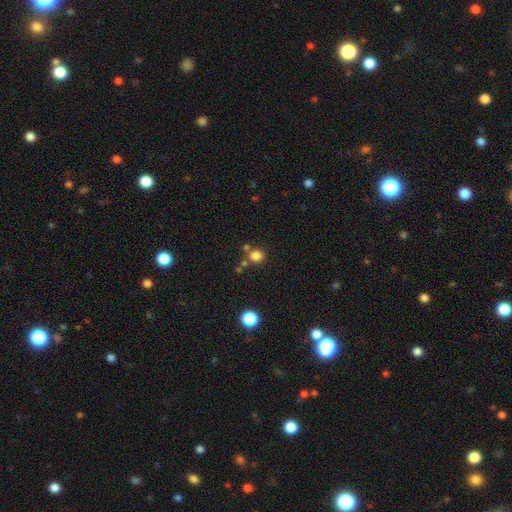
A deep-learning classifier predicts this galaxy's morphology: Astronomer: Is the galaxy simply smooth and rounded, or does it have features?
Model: smooth — 80%.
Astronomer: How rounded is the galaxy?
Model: round — 85%.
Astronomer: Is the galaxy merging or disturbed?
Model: none — 72%.